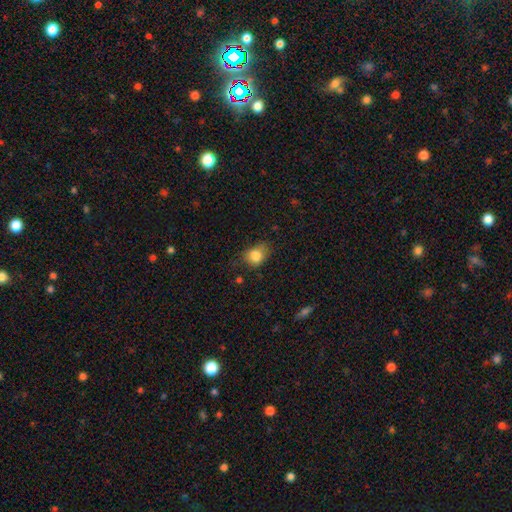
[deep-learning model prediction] Smooth or featured: smooth — 82% (star or artifact — 10%)
How rounded: in between — 58% (round — 40%)
Merging: none — 53% (minor disturbance — 32%)